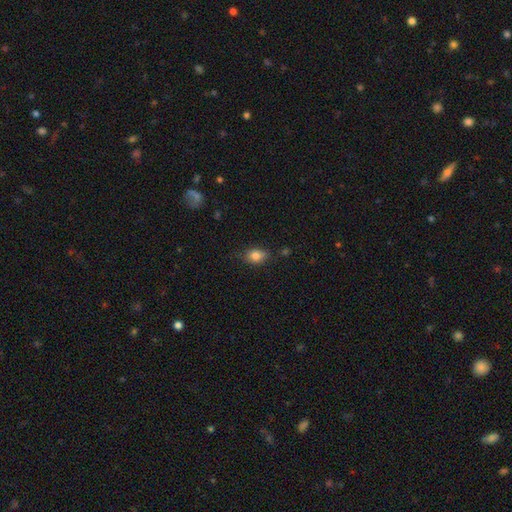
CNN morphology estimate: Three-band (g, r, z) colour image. It shows a smooth galaxy with no disk features (81%) that is in between round and cigar-shaped (74%). Merging: none (70%).